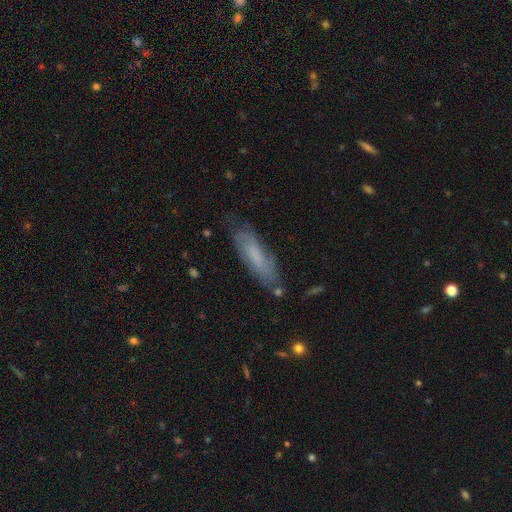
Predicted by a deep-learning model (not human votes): Overall: smooth (53%; featured or disk 39%). How rounded: cigar-shaped (57%; in between 42%). Merging: none (71%).